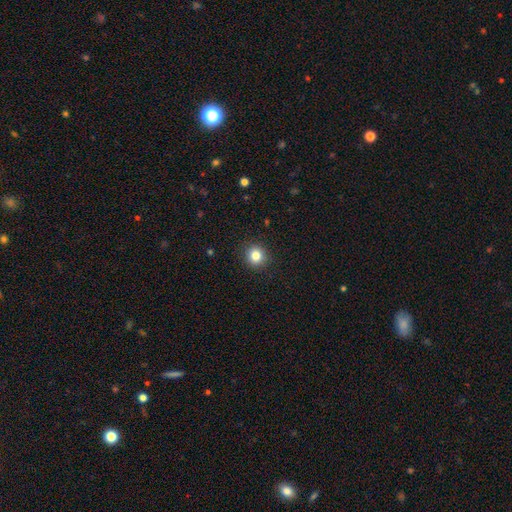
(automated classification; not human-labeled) The model was most divided on "smooth or featured": smooth: 83%, star or artifact: 11%, featured or disk: 6%. More confident: merging — none (92%); how rounded — round (90%).